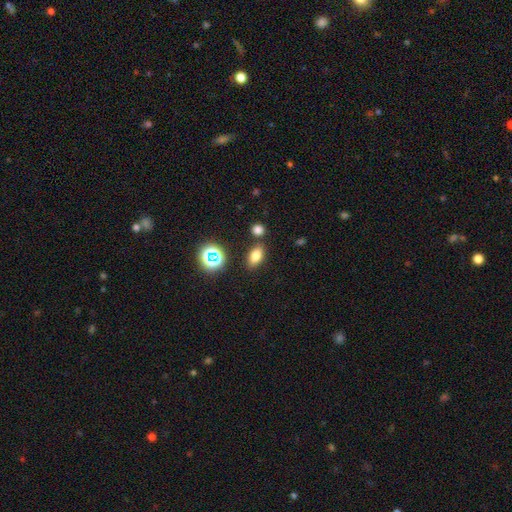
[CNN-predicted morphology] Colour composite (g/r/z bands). It shows a smooth galaxy with no disk features (74%) that is in between round and cigar-shaped (81%). Merging: none (79%).